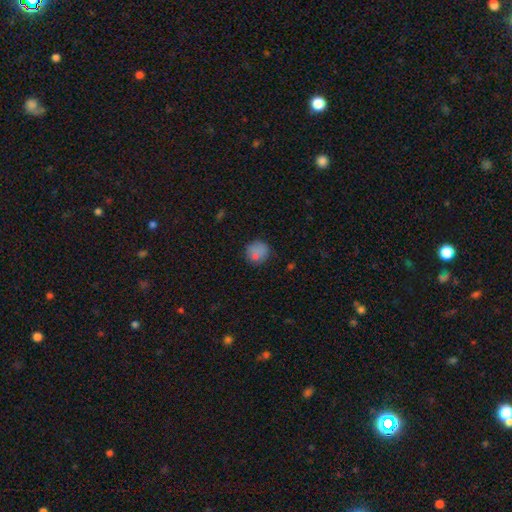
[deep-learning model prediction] smooth_or_featured: smooth (p=0.77) [alt: star or artifact p=0.15]
how_rounded: round (p=0.89) [alt: in between p=0.10]
merging: none (p=0.82) [alt: minor disturbance p=0.13]